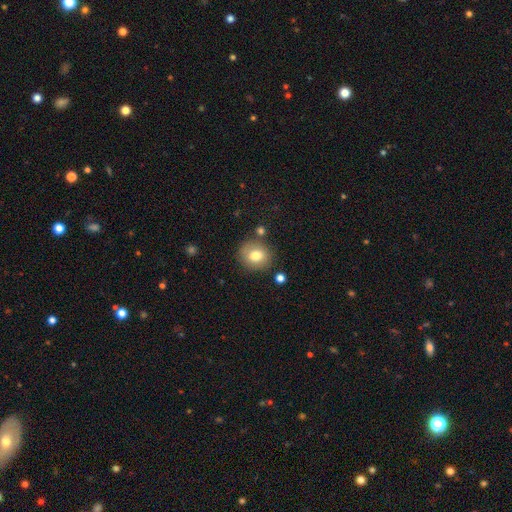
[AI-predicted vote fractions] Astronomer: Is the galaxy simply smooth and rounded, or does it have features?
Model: smooth — 76%.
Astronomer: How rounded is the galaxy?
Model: round — 80%.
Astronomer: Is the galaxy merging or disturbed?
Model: none — 80%.